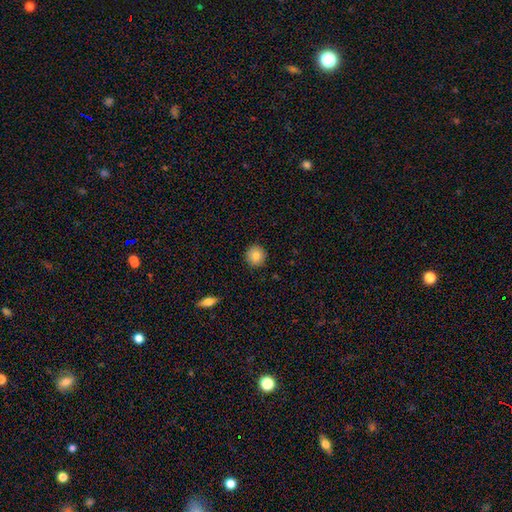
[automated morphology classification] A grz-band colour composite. It shows a smooth galaxy with no disk features (84%) that is round (93%). Merging: none (92%).